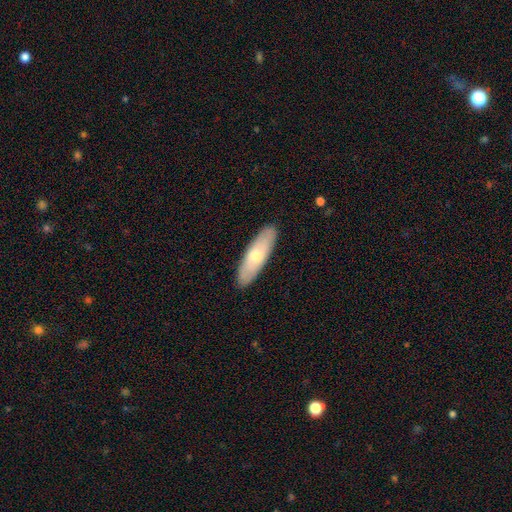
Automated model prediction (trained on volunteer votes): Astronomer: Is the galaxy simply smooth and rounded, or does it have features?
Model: smooth — 61%.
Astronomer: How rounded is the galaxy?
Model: cigar-shaped — 50% (runner-up: in between, 48%).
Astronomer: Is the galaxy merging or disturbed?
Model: none — 90%.